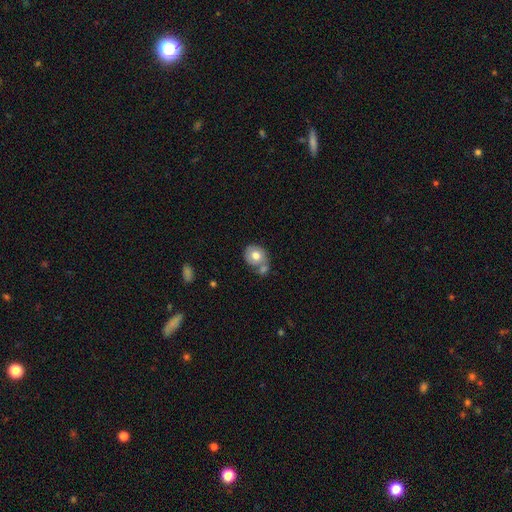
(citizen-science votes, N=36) This appears to be a smooth galaxy with no disk features (83%) that is round (83%). Merging: merger (53%).